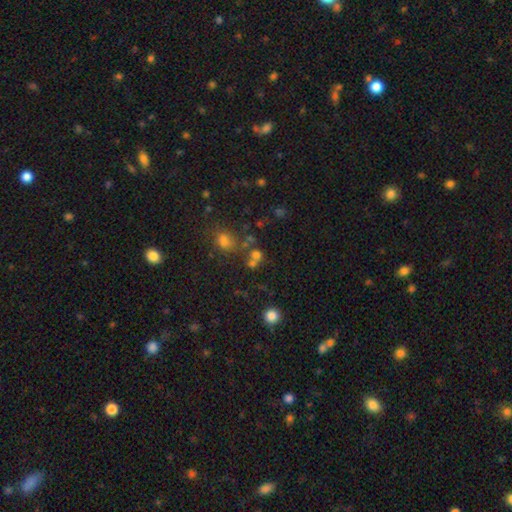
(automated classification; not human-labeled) This is likely a smooth galaxy (63%). How rounded: likely round (75%). Merging: marginally none (44%).